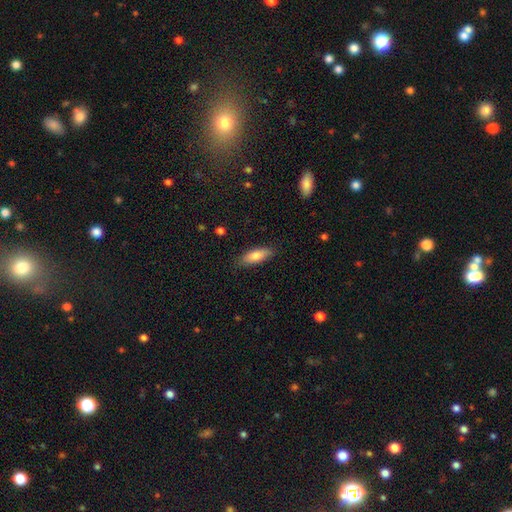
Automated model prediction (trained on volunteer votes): Smooth or featured?
  - smooth: 81% *
  - featured or disk: 12%
  - star or artifact: 6%
How rounded?
  - in between: 67% *
  - cigar-shaped: 31%
  - round: 2%
Merging?
  - none: 83% *
  - minor disturbance: 13%
  - major disturbance: 3%
  - merger: 1%